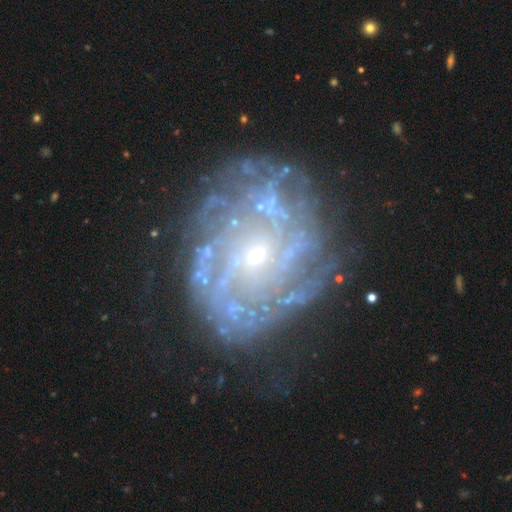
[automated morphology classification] Q: Smooth or featured?
A: featured or disk (84%); runner-up: star or artifact (8%)
Q: Edge-on disk?
A: no (97%); runner-up: yes (3%)
Q: Bar?
A: no (74%); runner-up: weak (21%)
Q: Spiral arms?
A: yes (85%); runner-up: no (15%)
Q: Spiral winding?
A: tight (62%); runner-up: medium (27%)
Q: Spiral arm count?
A: can't tell (45%); runner-up: more than 4 (14%)
Q: Bulge size?
A: small (78%); runner-up: moderate (18%)
Q: Merging?
A: none (67%); runner-up: minor disturbance (18%)